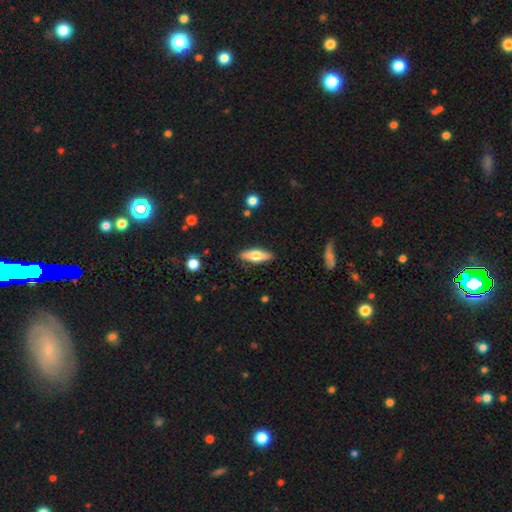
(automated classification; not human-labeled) smooth 56%, featured or disk 38%, star or artifact 6%. Down the decision tree: how rounded — in between (53%); merging — none (88%).